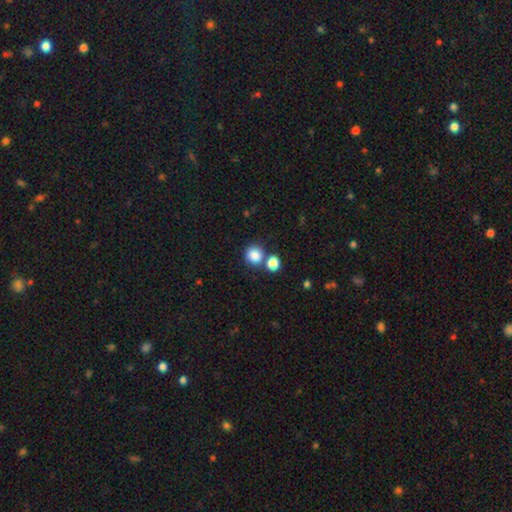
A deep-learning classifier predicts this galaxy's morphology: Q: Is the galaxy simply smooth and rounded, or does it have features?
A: smooth — 85%.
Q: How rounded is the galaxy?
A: round — 88%.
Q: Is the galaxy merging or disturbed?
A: none — 66%.